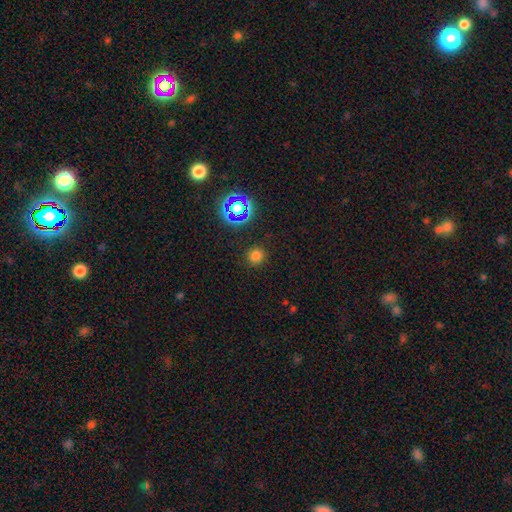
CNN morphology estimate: The model was most divided on "smooth or featured": smooth: 74%, star or artifact: 21%, featured or disk: 5%. More confident: how rounded — round (93%); merging — none (89%).